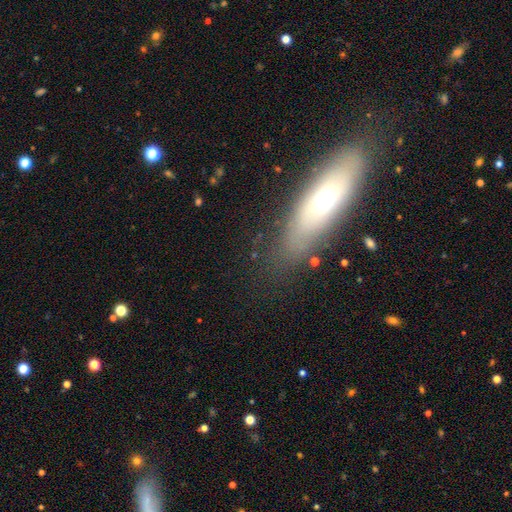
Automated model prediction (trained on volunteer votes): smooth 49%, featured or disk 41%, star or artifact 10%. Down the decision tree: merging — none (81%).